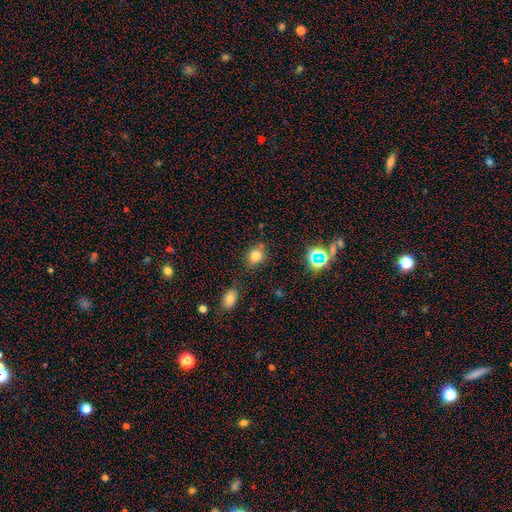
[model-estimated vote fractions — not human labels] smooth 78%, star or artifact 15%, featured or disk 7%. Down the decision tree: how rounded — round (61%); merging — none (77%).